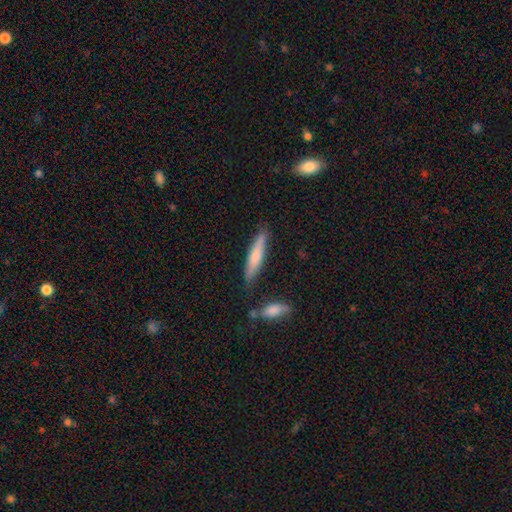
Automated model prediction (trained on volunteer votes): smooth-or-featured: smooth: 66% | featured or disk: 28% | star or artifact: 6%
  how-rounded: cigar-shaped: 87% | in between: 11% | round: 2%
  merging: none: 80% | minor disturbance: 13% | merger: 5% | major disturbance: 3%